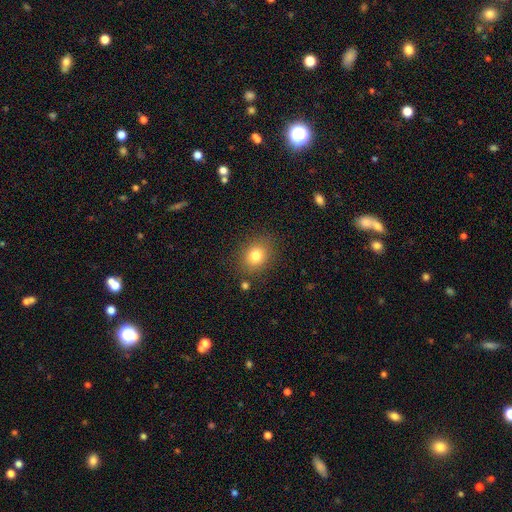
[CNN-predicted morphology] A smooth galaxy with no disk features (79%) that is round (56%).

Vote fractions:
- Smooth or featured? smooth: 79% / star or artifact: 12% / featured or disk: 9%
- How rounded? round: 56% / in between: 43% / cigar-shaped: 1%
- Merging? none: 84% / minor disturbance: 10% / major disturbance: 3% / merger: 2%